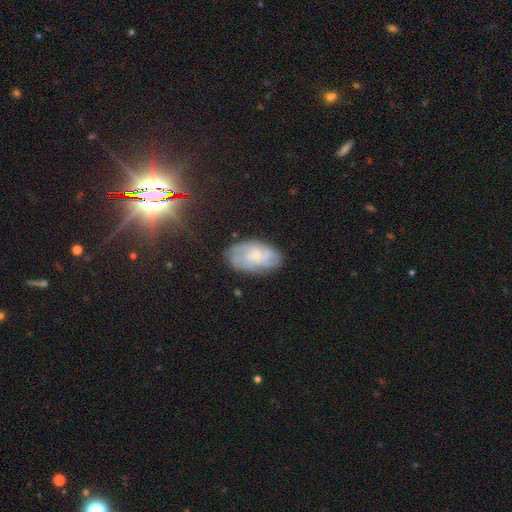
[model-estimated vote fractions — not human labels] A featured or disk galaxy (64%) with no bar (72%), tight (53%) spiral arms (89%) and a small central bulge (54%).

Vote fractions:
- Smooth or featured? featured or disk: 64% / smooth: 26% / star or artifact: 10%
- Edge-on disk? no: 96% / yes: 4%
- Bar? no: 72% / weak: 25% / strong: 4%
- Spiral arms? yes: 89% / no: 11%
- Spiral winding? tight: 53% / medium: 34% / loose: 13%
- Spiral arm count? can't tell: 43% / 4: 20% / 3: 15% / 2: 10% / more than 4: 8% / 1: 5%
- Bulge size? small: 54% / moderate: 29% / none: 12% / large: 3% / dominant: 1%
- Merging? none: 74% / minor disturbance: 18% / major disturbance: 6% / merger: 2%